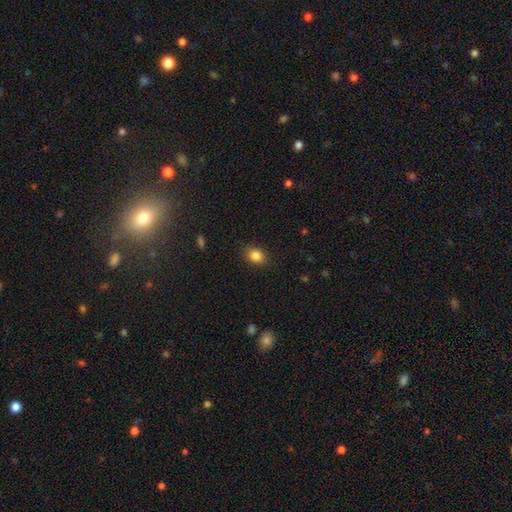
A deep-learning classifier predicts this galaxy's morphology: Smooth or featured: smooth — 85% (star or artifact — 10%)
How rounded: in between — 51% (round — 48%)
Merging: none — 87% (minor disturbance — 9%)